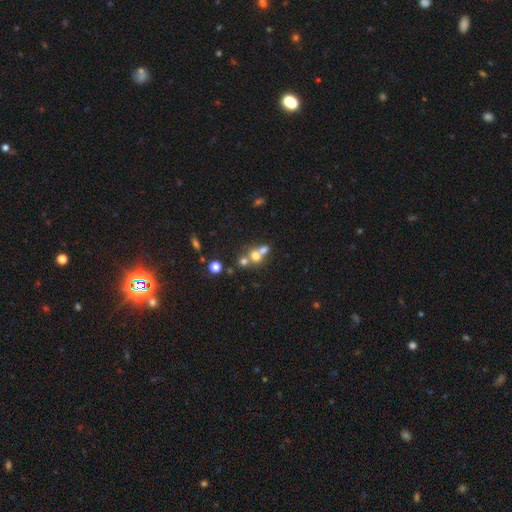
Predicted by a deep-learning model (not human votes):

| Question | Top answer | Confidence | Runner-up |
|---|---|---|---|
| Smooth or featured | smooth | 61% | featured or disk (23%) |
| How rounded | round | 73% | in between (26%) |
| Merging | merger | 58% | none (31%) |